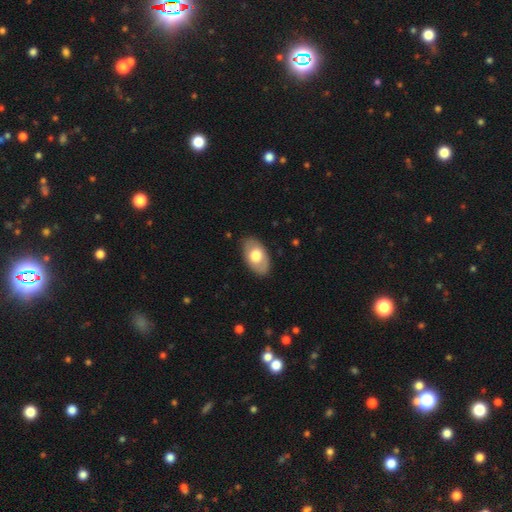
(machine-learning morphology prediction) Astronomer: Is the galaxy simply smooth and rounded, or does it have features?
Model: smooth — 64%.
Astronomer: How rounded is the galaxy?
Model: in between — 92%.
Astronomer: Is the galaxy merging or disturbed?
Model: none — 84%.